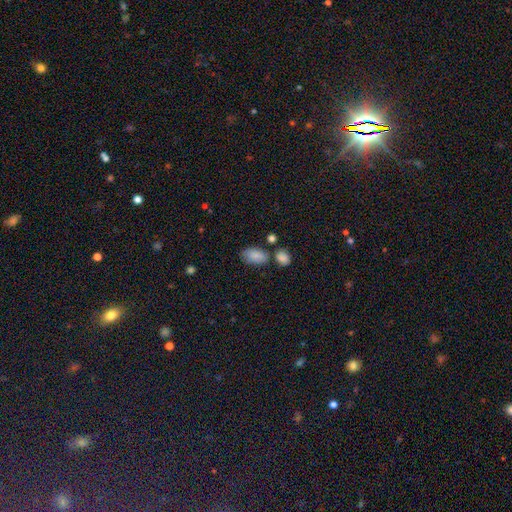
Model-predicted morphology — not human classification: A smooth galaxy with no disk features (84%) that is in between round and cigar-shaped (93%).

Vote fractions:
- Smooth or featured? smooth: 84% / featured or disk: 8% / star or artifact: 8%
- How rounded? in between: 93% / round: 5% / cigar-shaped: 2%
- Merging? none: 63% / minor disturbance: 19% / merger: 13% / major disturbance: 5%